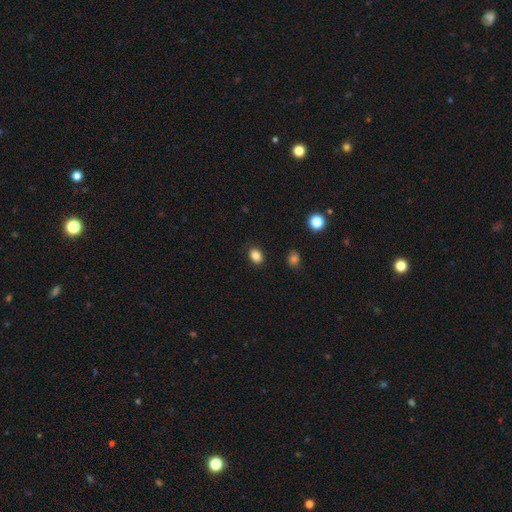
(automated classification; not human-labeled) Smooth or featured? Predicted: smooth (p=0.86). How rounded? Predicted: in between (p=0.63). Merging? Predicted: none (p=0.87).